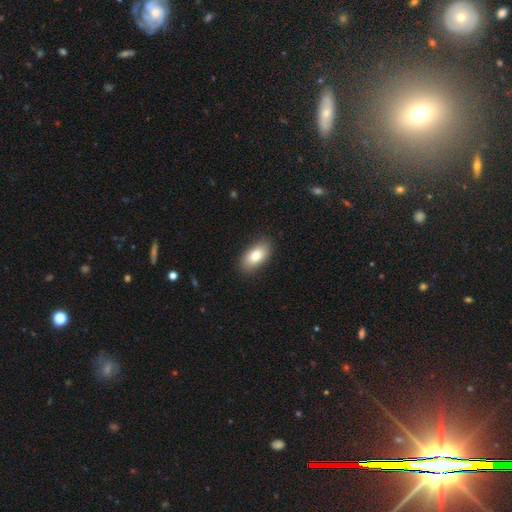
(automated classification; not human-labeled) smooth_or_featured: smooth (p=0.81) [alt: featured or disk p=0.12]
how_rounded: in between (p=0.92) [alt: round p=0.05]
merging: none (p=0.87) [alt: minor disturbance p=0.10]